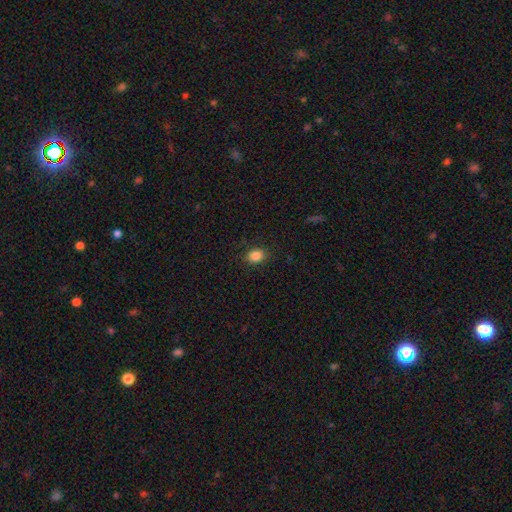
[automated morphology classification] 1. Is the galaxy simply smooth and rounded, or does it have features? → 85% smooth, 10% star or artifact, 4% featured or disk.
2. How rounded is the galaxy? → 52% in between, 47% round, 1% cigar-shaped.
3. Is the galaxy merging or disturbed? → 87% none, 9% minor disturbance, 3% major disturbance, 1% merger.